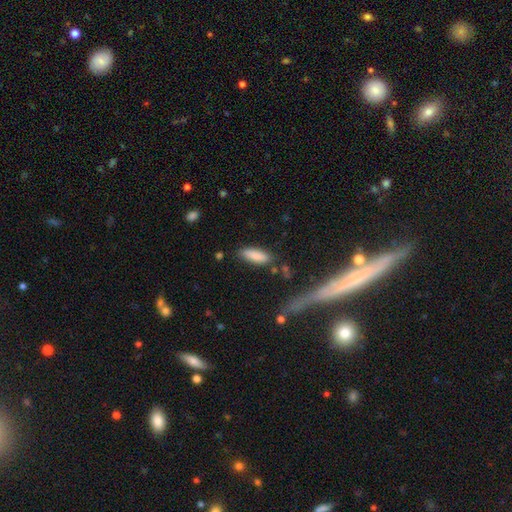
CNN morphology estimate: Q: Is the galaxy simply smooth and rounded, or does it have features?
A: smooth — 86%.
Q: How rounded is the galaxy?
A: in between — 57%.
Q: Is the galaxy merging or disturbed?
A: none — 80%.